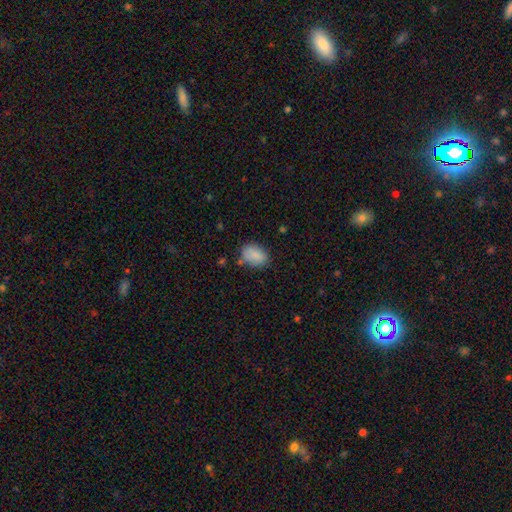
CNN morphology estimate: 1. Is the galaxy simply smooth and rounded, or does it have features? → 86% smooth, 8% star or artifact, 6% featured or disk.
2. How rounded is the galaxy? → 81% in between, 18% round, 1% cigar-shaped.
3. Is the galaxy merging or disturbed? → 72% none, 19% minor disturbance, 5% major disturbance, 4% merger.